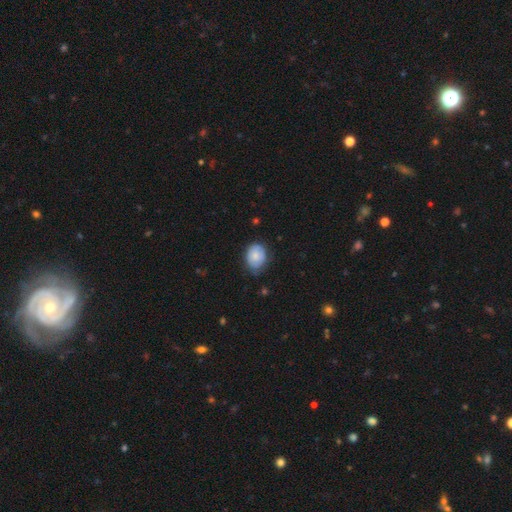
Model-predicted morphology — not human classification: A smooth galaxy with no disk features (78%) that is in between round and cigar-shaped (57%).

Vote fractions:
- Smooth or featured? smooth: 78% / featured or disk: 15% / star or artifact: 7%
- How rounded? in between: 57% / round: 42% / cigar-shaped: 1%
- Merging? none: 62% / minor disturbance: 31% / major disturbance: 6% / merger: 1%